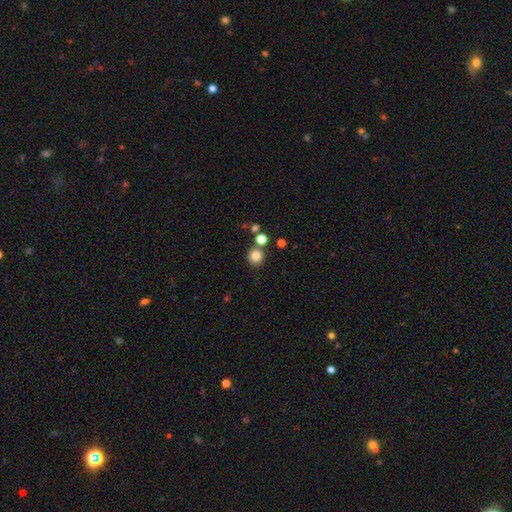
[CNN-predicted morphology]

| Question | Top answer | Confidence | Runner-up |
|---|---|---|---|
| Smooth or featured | smooth | 83% | star or artifact (12%) |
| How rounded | round | 93% | in between (6%) |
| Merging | none | 80% | merger (10%) |